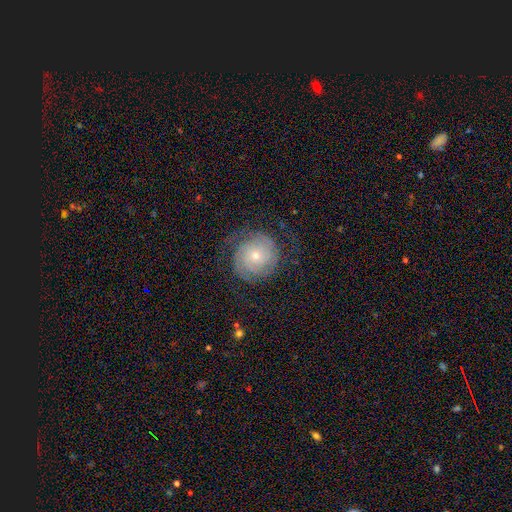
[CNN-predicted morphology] This appears to be a featured or disk galaxy (73%) with no bar (78%), 2 (39%) tight (67%) spiral arms (92%) and a small central bulge (60%). Merging: none (72%).